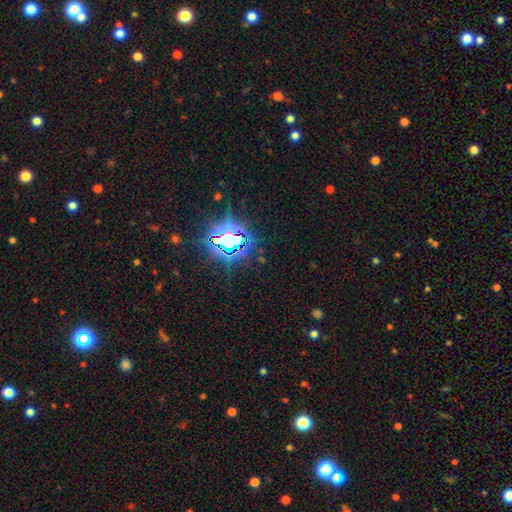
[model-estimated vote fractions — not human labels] A star or artifact, not a galaxy (84%).

Vote fractions:
- Smooth or featured? star or artifact: 84% / smooth: 9% / featured or disk: 7%